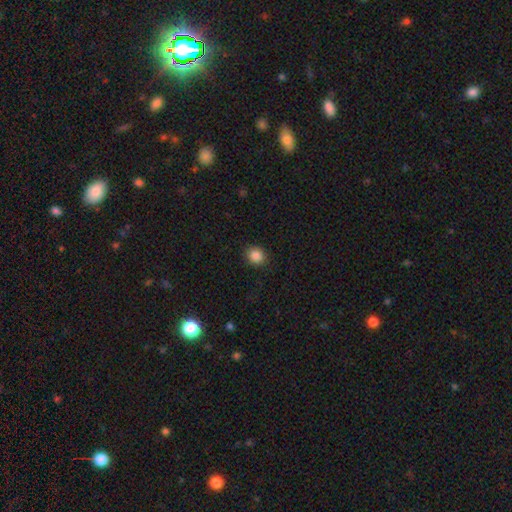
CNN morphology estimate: Q: Smooth or featured?
A: smooth (86%); runner-up: star or artifact (10%)
Q: How rounded?
A: round (79%); runner-up: in between (20%)
Q: Merging?
A: none (90%); runner-up: minor disturbance (7%)